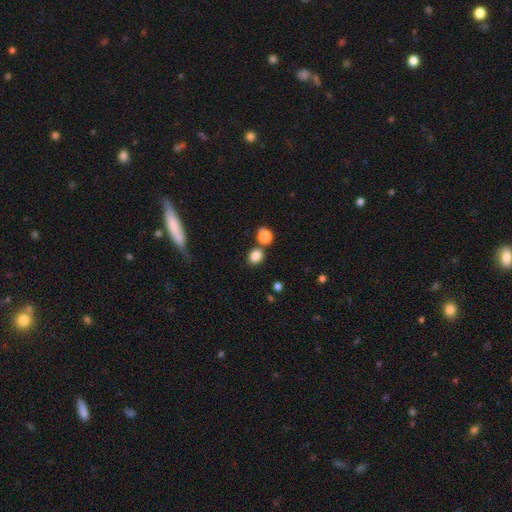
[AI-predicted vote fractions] This appears to be a smooth galaxy with no disk features (84%) that is round (59%). Merging: none (69%).